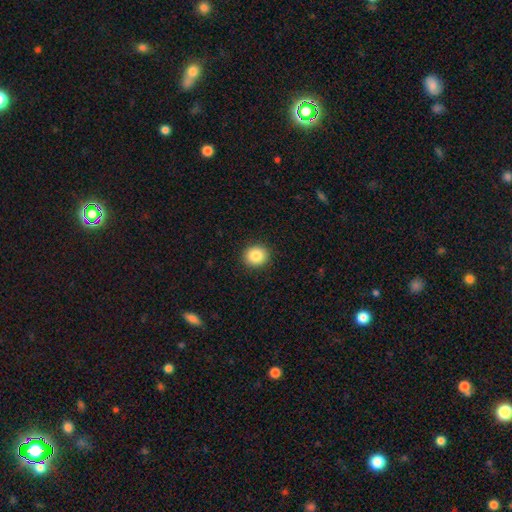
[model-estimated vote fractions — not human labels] smooth-or-featured: smooth: 86% | star or artifact: 9% | featured or disk: 5%
  how-rounded: round: 84% | in between: 15% | cigar-shaped: 1%
  merging: none: 92% | minor disturbance: 6% | major disturbance: 2% | merger: 1%